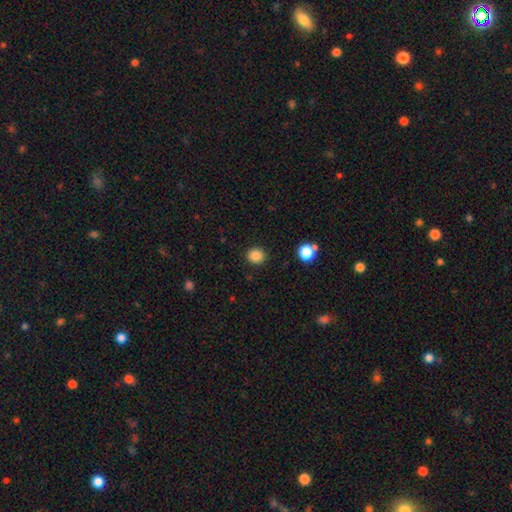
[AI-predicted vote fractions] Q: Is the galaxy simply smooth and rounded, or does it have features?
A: smooth — 86%.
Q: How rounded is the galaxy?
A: round — 84%.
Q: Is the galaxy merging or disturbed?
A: none — 90%.